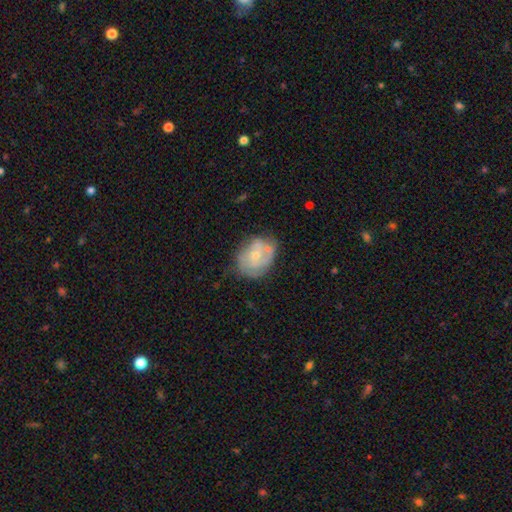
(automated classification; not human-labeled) A featured or disk galaxy (57%) with no bar (81%), spiral arms (56%) and a small central bulge (57%).

Vote fractions:
- Smooth or featured? featured or disk: 57% / smooth: 36% / star or artifact: 7%
- Edge-on disk? no: 97% / yes: 3%
- Bar? no: 81% / weak: 16% / strong: 3%
- Spiral arms? yes: 56% / no: 44%
- Bulge size? small: 57% / moderate: 39% / none: 2% / large: 2% / dominant: 1%
- Merging? none: 50% / minor disturbance: 27% / merger: 12% / major disturbance: 11%